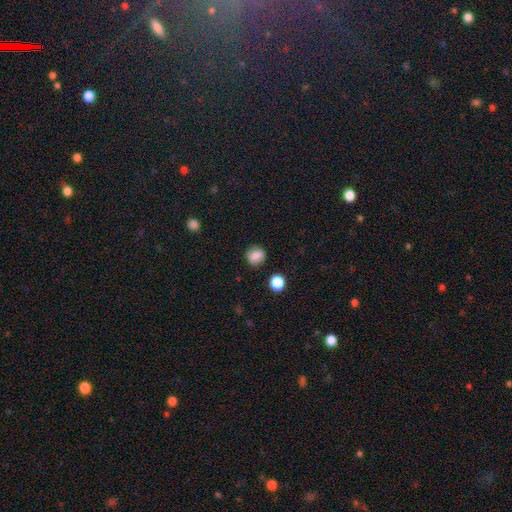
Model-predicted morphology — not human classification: Smooth or featured?
  - smooth: 84% *
  - star or artifact: 10%
  - featured or disk: 6%
How rounded?
  - round: 76% *
  - in between: 23%
  - cigar-shaped: 1%
Merging?
  - none: 83% *
  - minor disturbance: 11%
  - major disturbance: 3%
  - merger: 3%